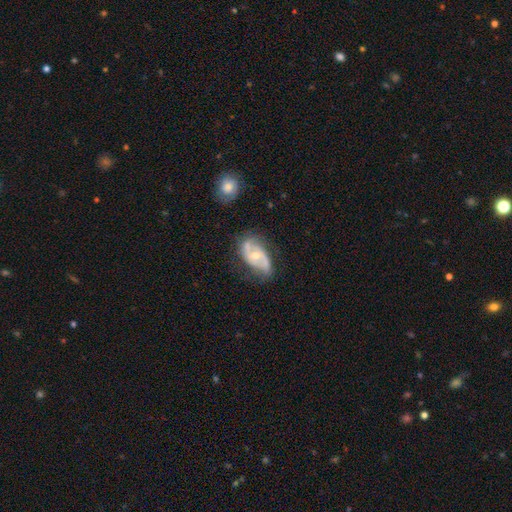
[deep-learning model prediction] smooth-or-featured: featured or disk: 76% | smooth: 18% | star or artifact: 6%
  disk-edge-on: no: 94% | yes: 6%
    bar: no: 62% | weak: 29% | strong: 9%
    has-spiral-arms: yes: 82% | no: 18%
      spiral-winding: medium: 44% | loose: 31% | tight: 26%
      spiral-arm-count: 2: 76% | can't tell: 14% | 3: 4% | 1: 4% | 4: 1% | more than 4: 1%
    bulge-size: moderate: 56% | small: 40% | large: 2% | none: 1% | dominant: 1%
  merging: none: 60% | minor disturbance: 27% | major disturbance: 10% | merger: 3%